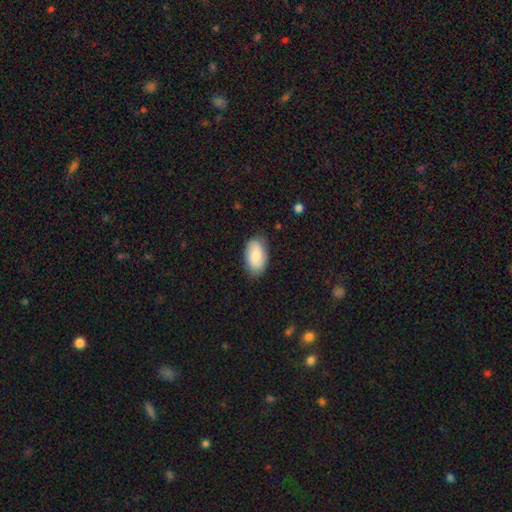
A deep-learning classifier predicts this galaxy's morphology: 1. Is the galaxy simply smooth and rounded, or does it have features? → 83% smooth, 11% featured or disk, 6% star or artifact.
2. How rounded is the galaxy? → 95% in between, 4% round, 2% cigar-shaped.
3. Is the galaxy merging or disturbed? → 81% none, 14% minor disturbance, 3% major disturbance, 1% merger.